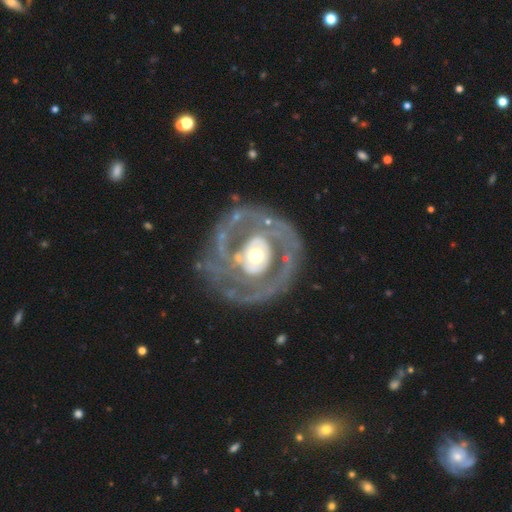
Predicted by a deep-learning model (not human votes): Smooth or featured? featured or disk (84%)
Edge-on disk? no (97%)
Bar? no (67%)
Spiral arms? yes (76%)
Spiral winding? tight (49%)
Spiral arm count? 2 (52%)
Bulge size? moderate (65%)
Merging? none (67%)